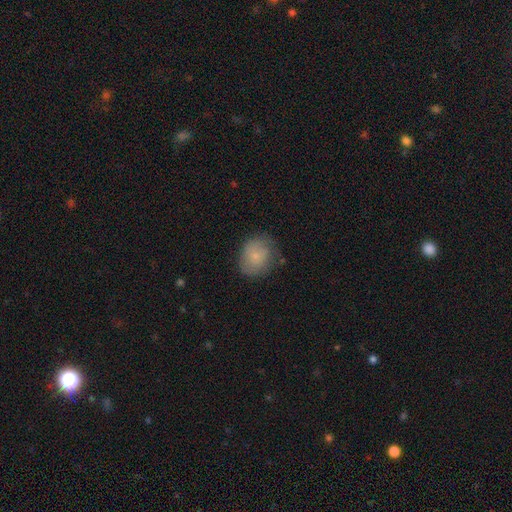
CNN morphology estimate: Smooth or featured? smooth (72%)
How rounded? round (59%)
Merging? none (65%)